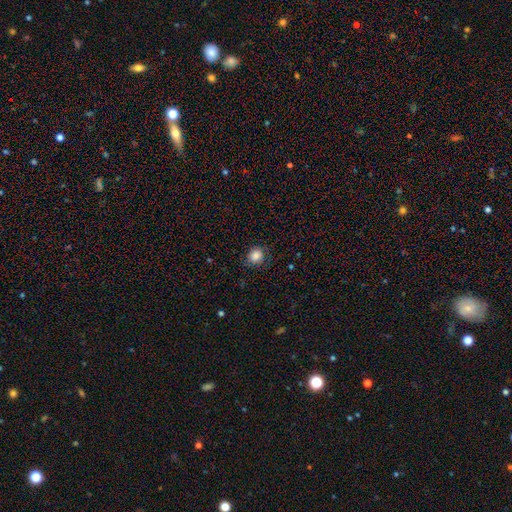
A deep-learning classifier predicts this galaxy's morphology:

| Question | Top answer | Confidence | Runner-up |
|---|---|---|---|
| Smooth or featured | smooth | 84% | star or artifact (10%) |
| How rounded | round | 78% | in between (21%) |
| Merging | none | 80% | minor disturbance (14%) |